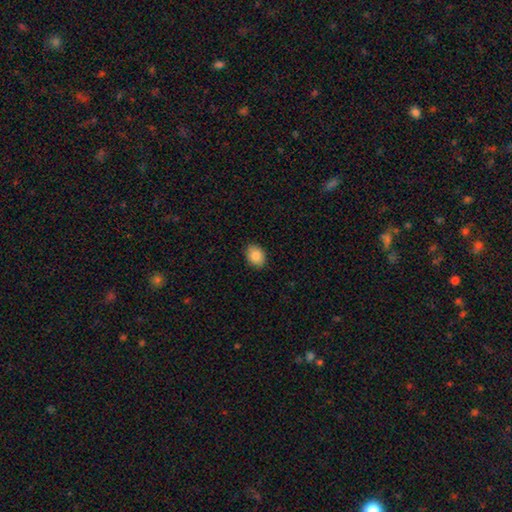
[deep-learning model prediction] A smooth galaxy with no disk features (87%) that is in between round and cigar-shaped (66%).

Vote fractions:
- Smooth or featured? smooth: 87% / star or artifact: 8% / featured or disk: 5%
- How rounded? in between: 66% / round: 33% / cigar-shaped: 1%
- Merging? none: 88% / minor disturbance: 9% / major disturbance: 2% / merger: 1%